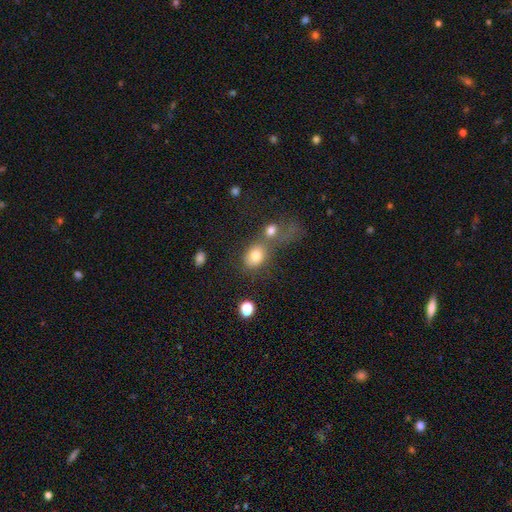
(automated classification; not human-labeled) Morphology: type=smooth (78%); roundness=in between (53%); merging=merger (43%).